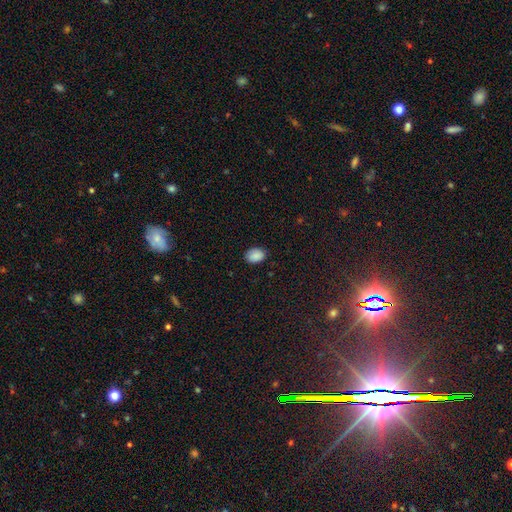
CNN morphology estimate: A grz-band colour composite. It shows a smooth galaxy with no disk features (87%) that is in between round and cigar-shaped (76%). Merging: none (83%).